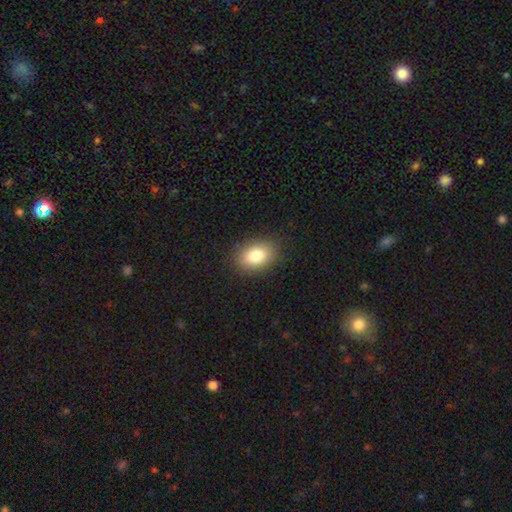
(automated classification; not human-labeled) Smooth or featured: smooth — 83% (star or artifact — 9%)
How rounded: in between — 76% (round — 23%)
Merging: none — 87% (minor disturbance — 9%)